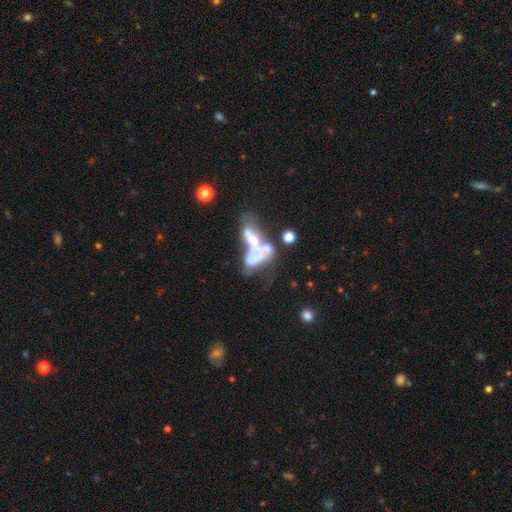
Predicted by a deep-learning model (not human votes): Morphology: type=featured or disk (63%); edge-on=no (94%); bar=no (84%); spiral arms=no (88%); bulge=none (37%); merging=merger (58%).